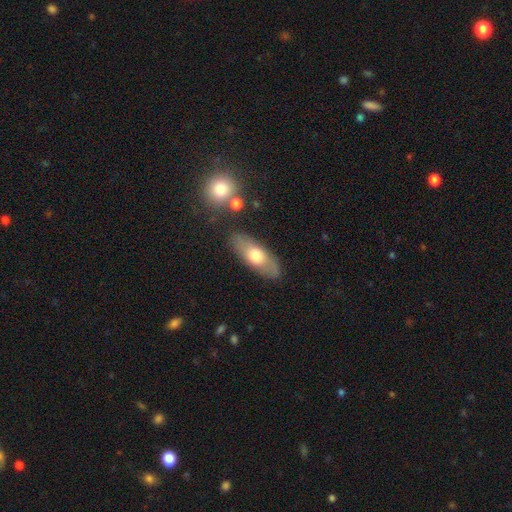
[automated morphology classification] smooth_or_featured: smooth (p=0.61) [alt: featured or disk p=0.33]
how_rounded: in between (p=0.71) [alt: cigar-shaped p=0.26]
merging: none (p=0.82) [alt: minor disturbance p=0.12]